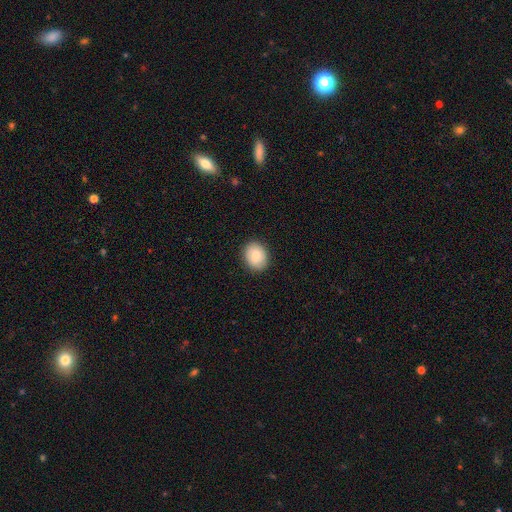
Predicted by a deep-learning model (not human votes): A smooth galaxy with no disk features (80%) that is in between round and cigar-shaped (54%). Merging: none (87%).